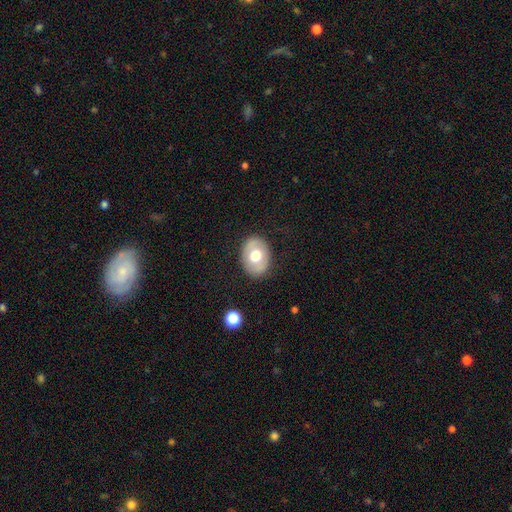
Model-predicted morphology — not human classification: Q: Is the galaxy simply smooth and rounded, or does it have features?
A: smooth — 59%.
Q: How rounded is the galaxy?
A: in between — 70%.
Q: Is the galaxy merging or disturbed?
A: none — 84%.